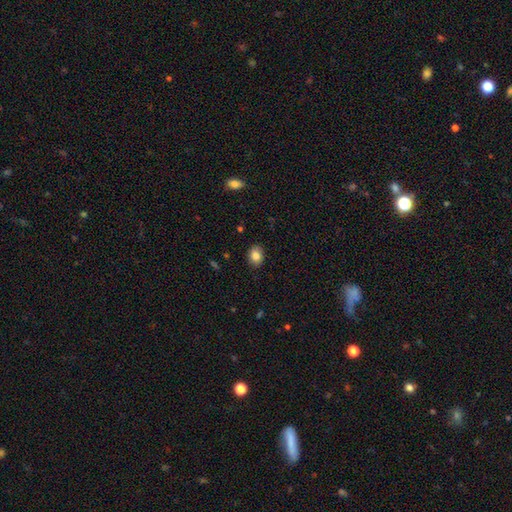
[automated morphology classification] smooth 84%, star or artifact 9%, featured or disk 7%. Down the decision tree: how rounded — in between (65%); merging — none (88%).